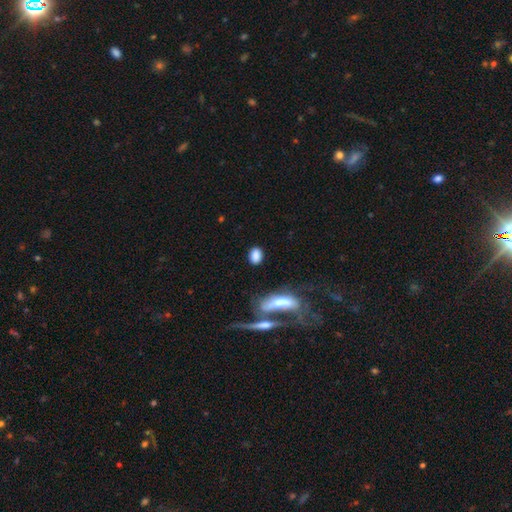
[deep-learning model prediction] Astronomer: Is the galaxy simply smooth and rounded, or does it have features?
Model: smooth — 85%.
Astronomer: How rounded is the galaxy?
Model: in between — 80%.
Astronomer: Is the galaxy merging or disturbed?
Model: none — 77%.